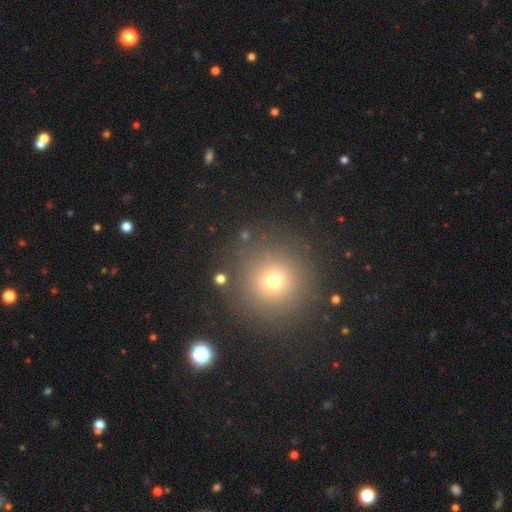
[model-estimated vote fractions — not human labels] smooth_or_featured: smooth (p=0.61) [alt: star or artifact p=0.31]
how_rounded: round (p=0.95) [alt: in between p=0.04]
merging: none (p=0.89) [alt: minor disturbance p=0.06]